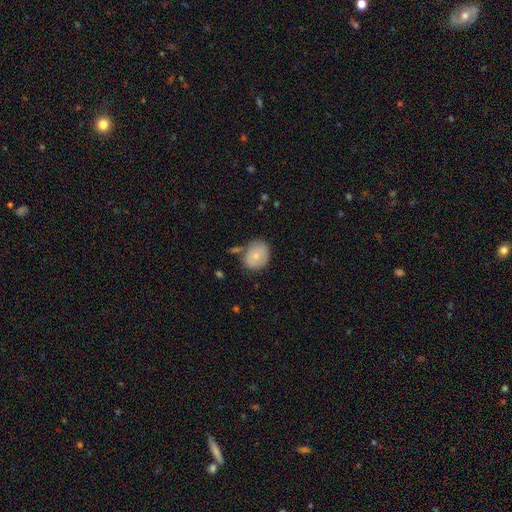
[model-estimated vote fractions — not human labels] A smooth galaxy with no disk features (77%) that is round (57%). Merging: none (64%).